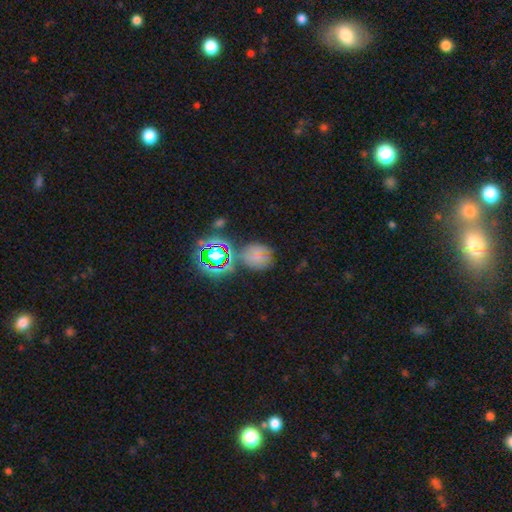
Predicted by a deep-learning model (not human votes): A smooth galaxy with no disk features (47%).

Vote fractions:
- Smooth or featured? smooth: 47% / star or artifact: 34% / featured or disk: 18%
- Merging? none: 54% / minor disturbance: 21% / merger: 14% / major disturbance: 12%